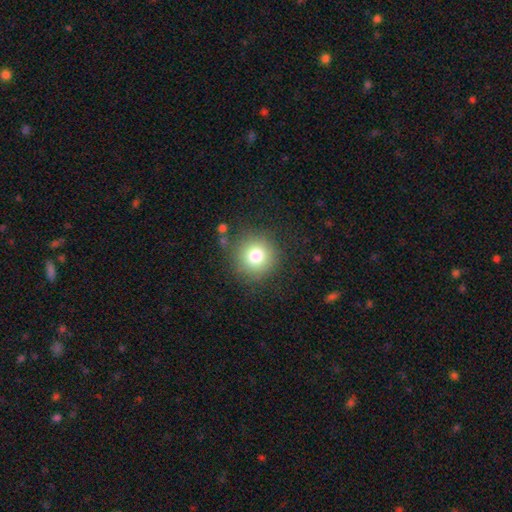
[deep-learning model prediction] This appears to be a smooth galaxy with no disk features (78%) that is round (94%). Merging: none (84%).